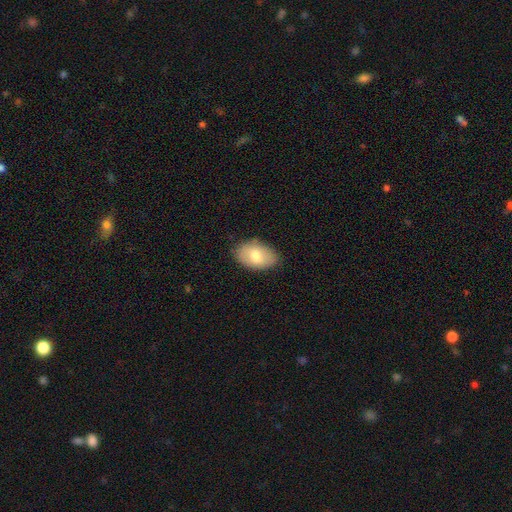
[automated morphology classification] Overall: smooth (75%). How rounded: in between (91%). Merging: none (81%).